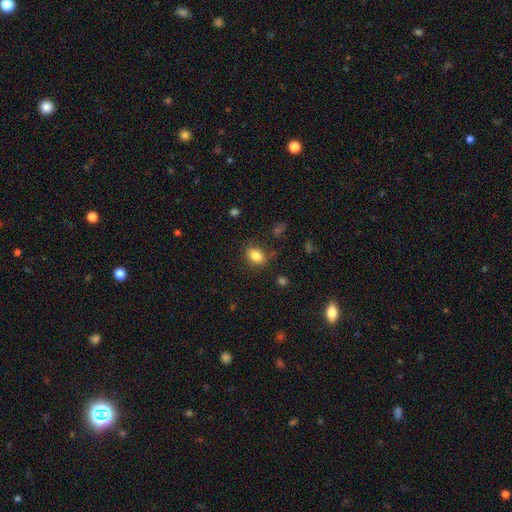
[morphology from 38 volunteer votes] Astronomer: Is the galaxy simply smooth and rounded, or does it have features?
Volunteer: smooth — 92%.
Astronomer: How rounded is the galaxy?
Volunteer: in between — 80%.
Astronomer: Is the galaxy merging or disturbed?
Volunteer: none — 83%.